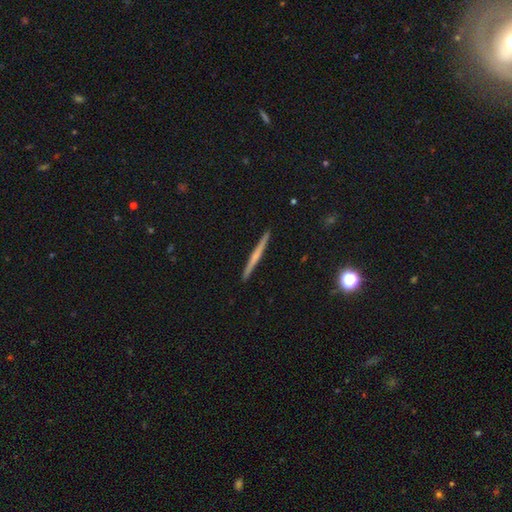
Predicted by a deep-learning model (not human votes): This appears to be a featured or disk galaxy (55%) viewed edge-on (98%) with no central bulge (64%). Merging: none (93%).